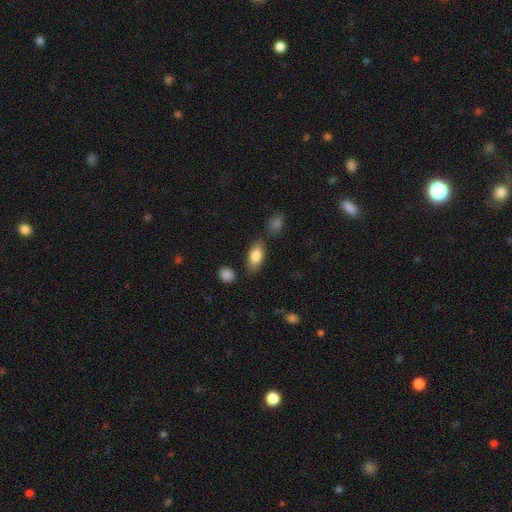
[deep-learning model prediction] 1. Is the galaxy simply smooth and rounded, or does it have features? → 82% smooth, 11% featured or disk, 6% star or artifact.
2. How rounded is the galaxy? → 88% in between, 9% cigar-shaped, 3% round.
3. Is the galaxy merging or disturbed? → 78% none, 13% minor disturbance, 5% merger, 3% major disturbance.